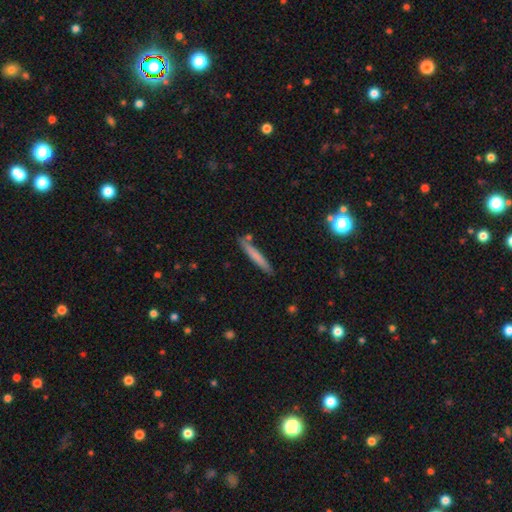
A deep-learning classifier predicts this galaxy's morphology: A smooth galaxy with no disk features (70%) that is cigar-shaped (95%). Merging: none (82%).